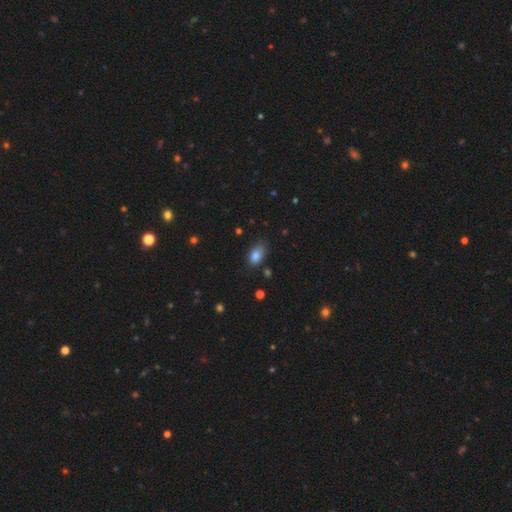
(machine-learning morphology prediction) Overall: smooth (85%). How rounded: in between (89%). Merging: none (68%).